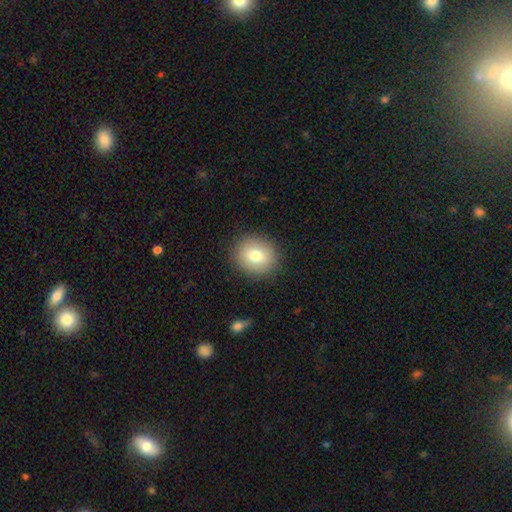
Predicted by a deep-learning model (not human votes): The model was most divided on "how rounded": round: 73%, in between: 26%, cigar-shaped: 1%. More confident: merging — none (88%); smooth or featured — smooth (76%).